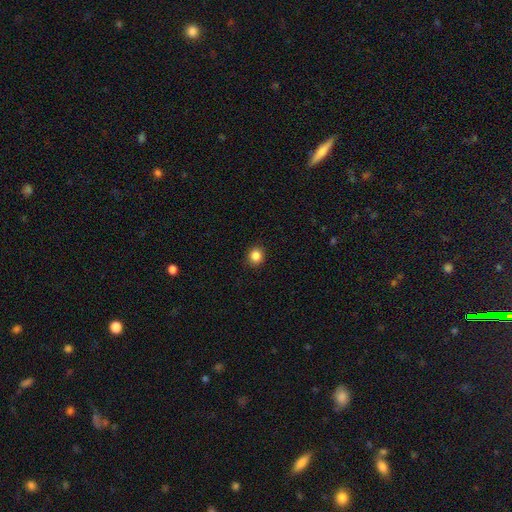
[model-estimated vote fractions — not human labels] Morphology: type=smooth (85%); roundness=round (84%); merging=none (92%).